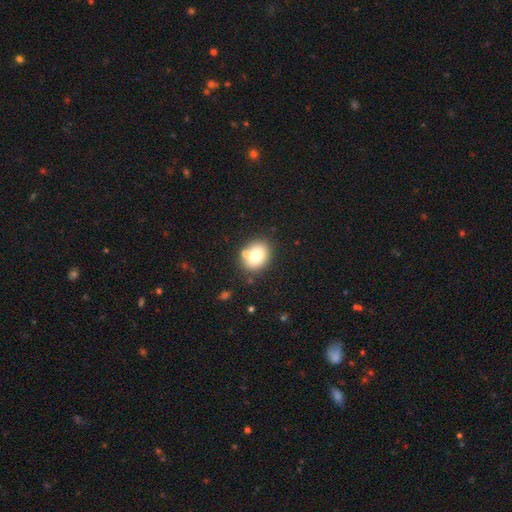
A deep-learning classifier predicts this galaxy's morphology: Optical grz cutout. It shows a smooth galaxy with no disk features (75%) that is in between round and cigar-shaped (55%). Merging: none (72%).